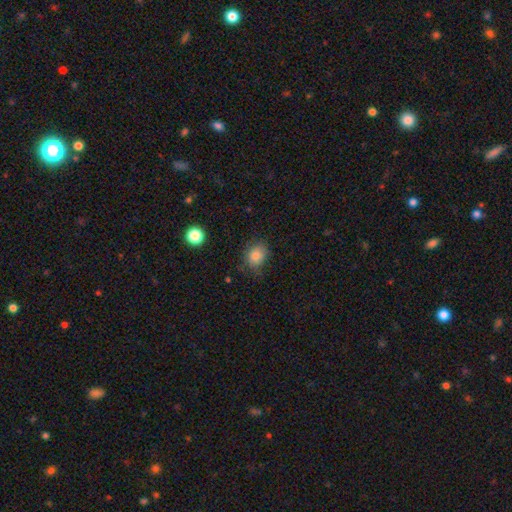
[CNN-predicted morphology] Smooth or featured?
  - smooth: 83% *
  - star or artifact: 11%
  - featured or disk: 7%
How rounded?
  - round: 56% *
  - in between: 44%
  - cigar-shaped: 1%
Merging?
  - none: 72% *
  - minor disturbance: 21%
  - major disturbance: 6%
  - merger: 2%